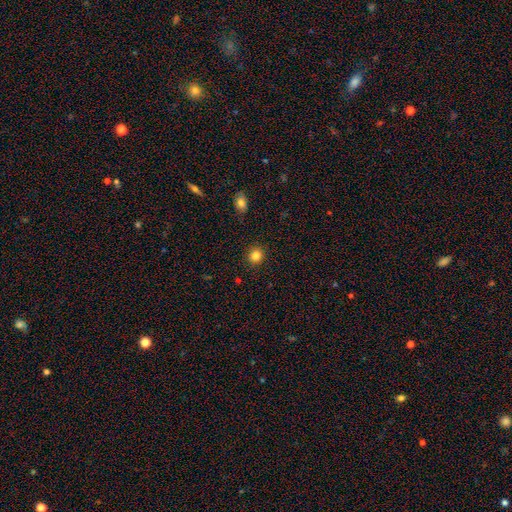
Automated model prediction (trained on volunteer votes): Smooth or featured?
  - smooth: 84% *
  - star or artifact: 12%
  - featured or disk: 4%
How rounded?
  - round: 89% *
  - in between: 10%
  - cigar-shaped: 1%
Merging?
  - none: 91% *
  - minor disturbance: 6%
  - major disturbance: 2%
  - merger: 1%